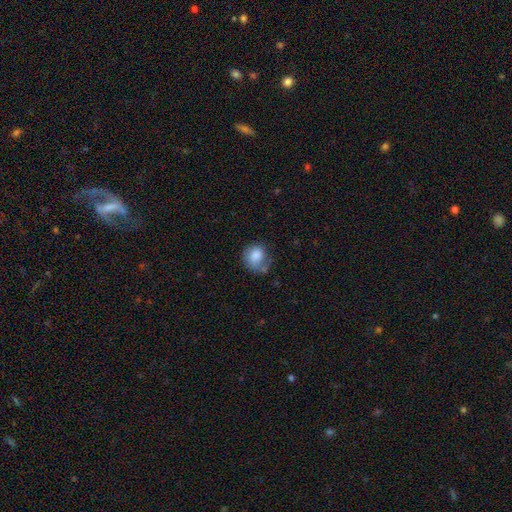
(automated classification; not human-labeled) Q: Smooth or featured?
A: smooth (76%); runner-up: featured or disk (16%)
Q: How rounded?
A: round (72%); runner-up: in between (27%)
Q: Merging?
A: none (46%); runner-up: minor disturbance (28%)